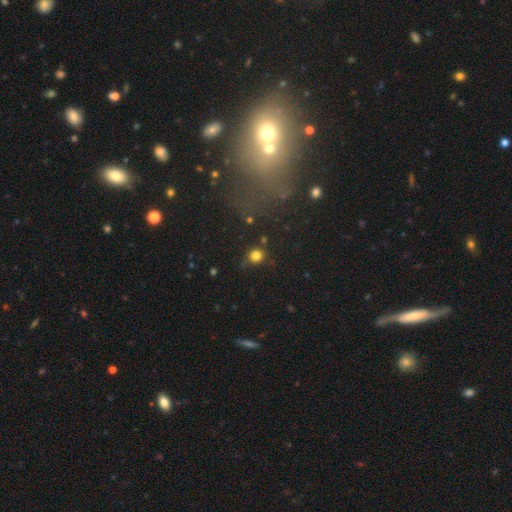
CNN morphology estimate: Q: Smooth or featured?
A: smooth (81%); runner-up: star or artifact (13%)
Q: How rounded?
A: round (88%); runner-up: in between (11%)
Q: Merging?
A: none (79%); runner-up: minor disturbance (12%)